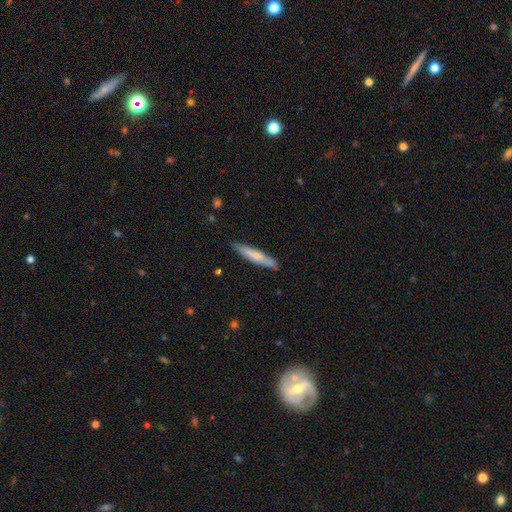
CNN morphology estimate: Smooth or featured? smooth (64%)
How rounded? cigar-shaped (91%)
Merging? none (86%)